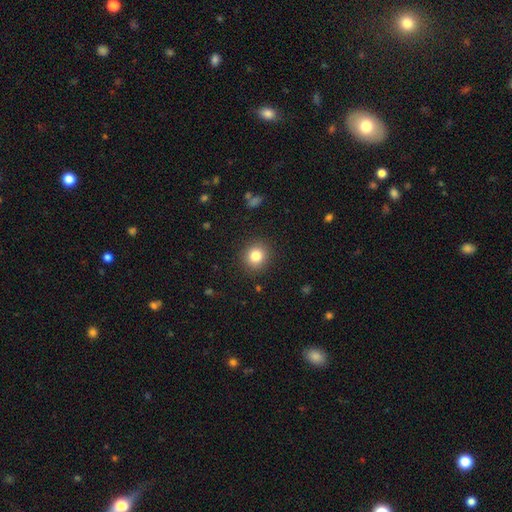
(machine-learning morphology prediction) A smooth galaxy with no disk features (83%) that is round (88%).

Vote fractions:
- Smooth or featured? smooth: 83% / star or artifact: 11% / featured or disk: 7%
- How rounded? round: 88% / in between: 11% / cigar-shaped: 1%
- Merging? none: 90% / minor disturbance: 7% / major disturbance: 2% / merger: 1%